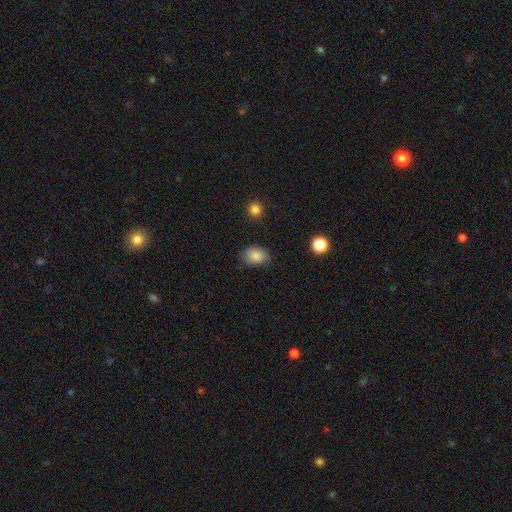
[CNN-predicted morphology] smooth-or-featured: smooth: 86% | star or artifact: 8% | featured or disk: 5%
  how-rounded: in between: 80% | round: 18% | cigar-shaped: 1%
  merging: none: 72% | minor disturbance: 22% | major disturbance: 4% | merger: 2%